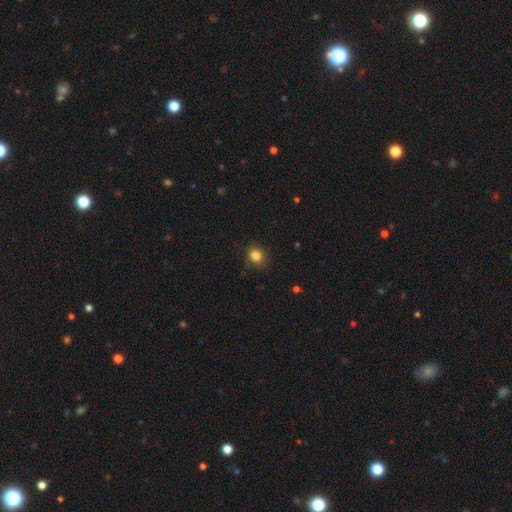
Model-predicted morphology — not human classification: This is clearly a smooth galaxy (84%). How rounded: clearly round (86%). Merging: clearly none (84%).